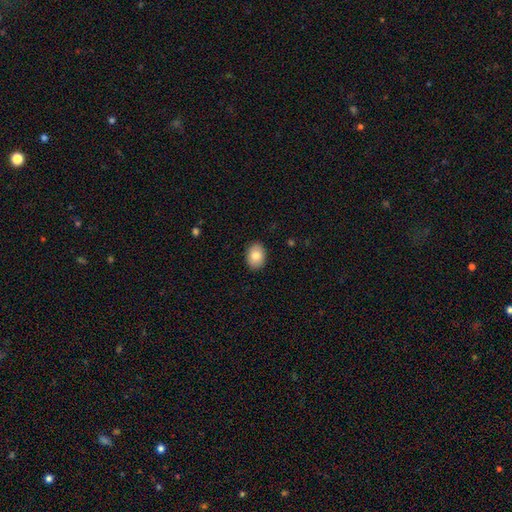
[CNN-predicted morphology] smooth_or_featured: smooth (p=0.83) [alt: featured or disk p=0.10]
how_rounded: in between (p=0.79) [alt: round p=0.20]
merging: none (p=0.89) [alt: minor disturbance p=0.08]